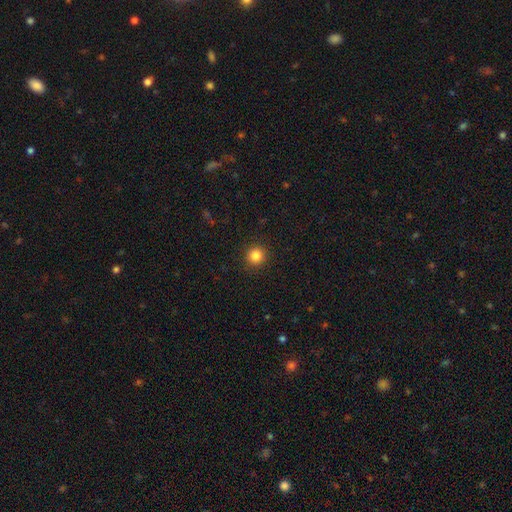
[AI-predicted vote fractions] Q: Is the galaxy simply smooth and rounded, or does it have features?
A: smooth — 85%.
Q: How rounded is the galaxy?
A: round — 94%.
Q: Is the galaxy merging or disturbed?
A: none — 92%.